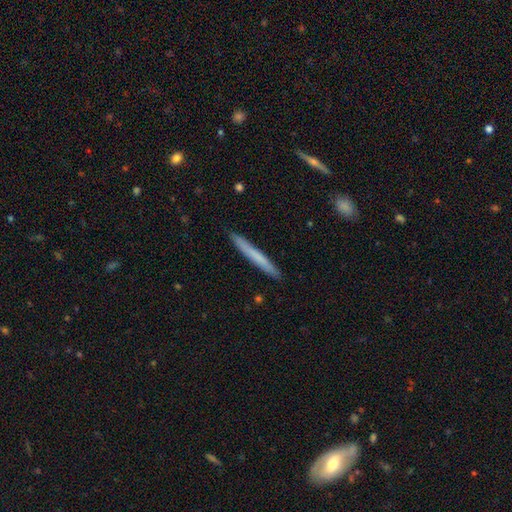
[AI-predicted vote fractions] Smooth or featured?
  - smooth: 65% *
  - featured or disk: 29%
  - star or artifact: 6%
How rounded?
  - cigar-shaped: 97% *
  - in between: 2%
  - round: 1%
Merging?
  - none: 91% *
  - minor disturbance: 6%
  - major disturbance: 1%
  - merger: 1%